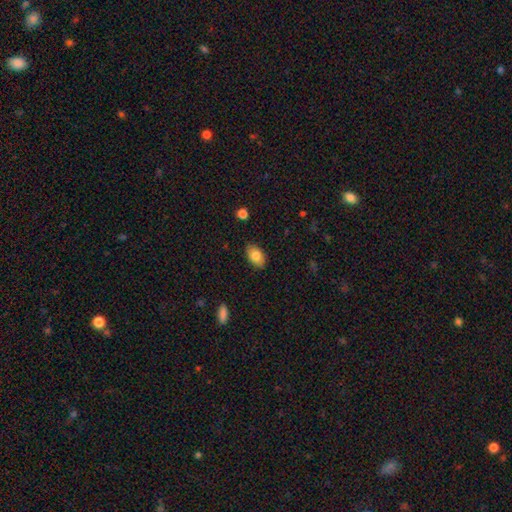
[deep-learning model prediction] smooth 83%, featured or disk 10%, star or artifact 8%. Down the decision tree: how rounded — in between (91%); merging — none (85%).